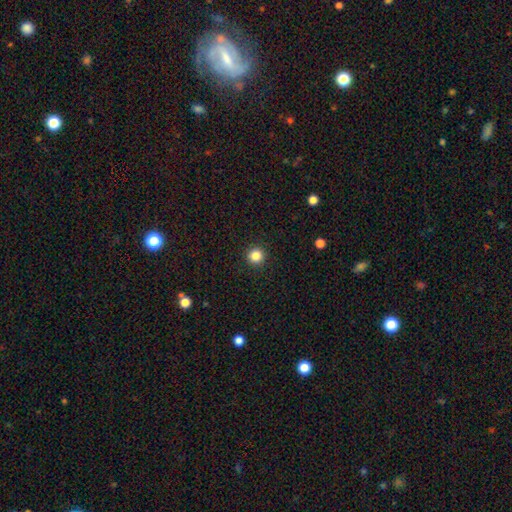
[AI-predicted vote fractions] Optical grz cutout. It shows a smooth galaxy with no disk features (84%) that is round (95%). Merging: none (93%).